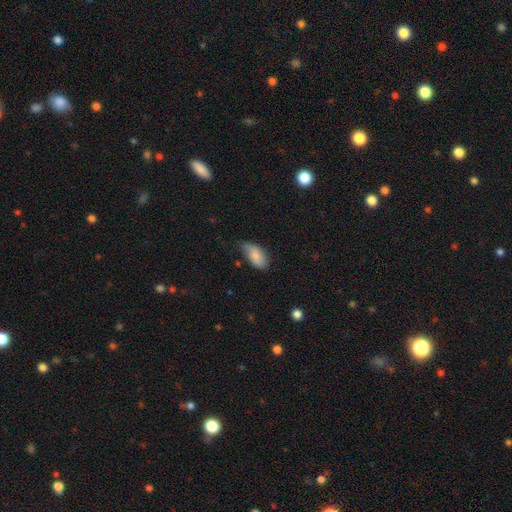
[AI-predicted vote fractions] smooth_or_featured: smooth (p=0.79) [alt: featured or disk p=0.14]
how_rounded: in between (p=0.94) [alt: cigar-shaped p=0.04]
merging: none (p=0.58) [alt: minor disturbance p=0.34]